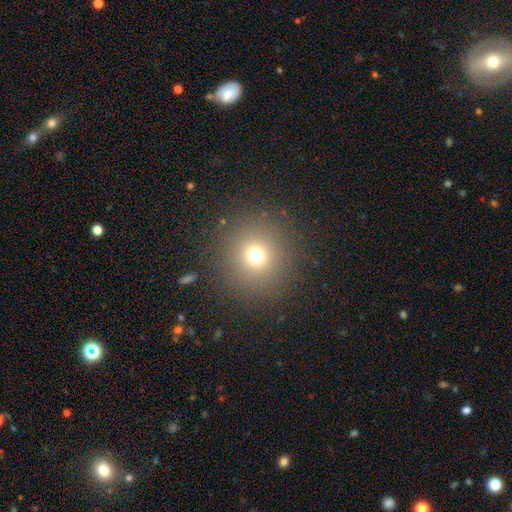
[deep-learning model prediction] smooth_or_featured: smooth (p=0.70) [alt: star or artifact p=0.20]
how_rounded: round (p=0.94) [alt: in between p=0.05]
merging: none (p=0.89) [alt: minor disturbance p=0.06]